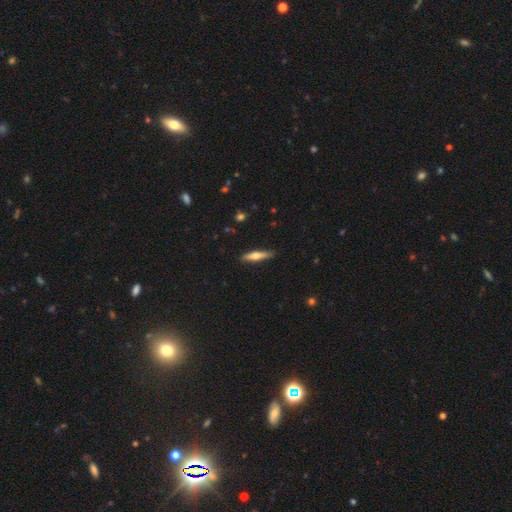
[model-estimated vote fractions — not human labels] Morphology: type=smooth (52%); roundness=cigar-shaped (83%); merging=none (88%).